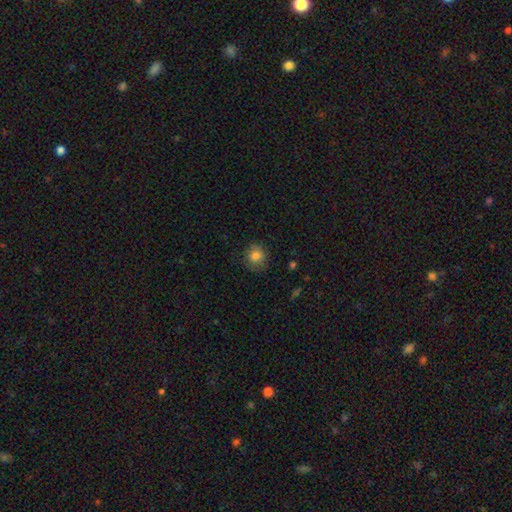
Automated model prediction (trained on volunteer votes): Morphology: type=smooth (79%); roundness=round (76%); merging=none (74%).